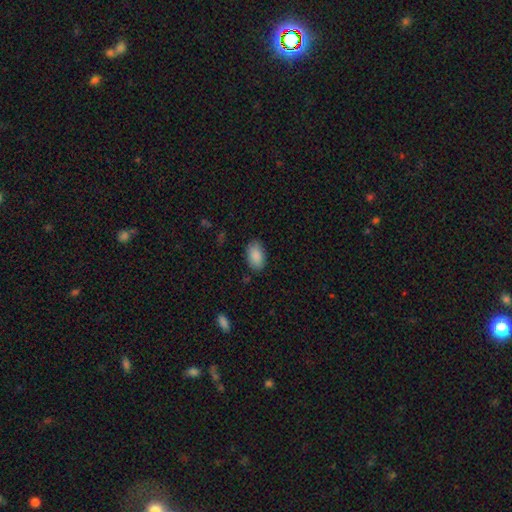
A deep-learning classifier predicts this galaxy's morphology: Smooth or featured? Predicted: smooth (p=0.89). How rounded? Predicted: in between (p=0.93). Merging? Predicted: none (p=0.84).